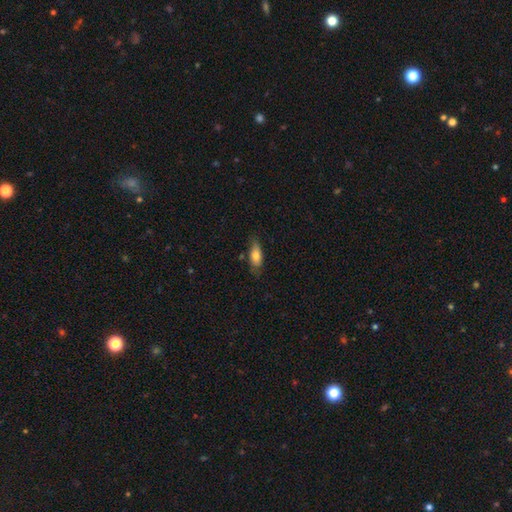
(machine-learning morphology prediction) Overall: smooth (73%). How rounded: in between (80%). Merging: none (68%).